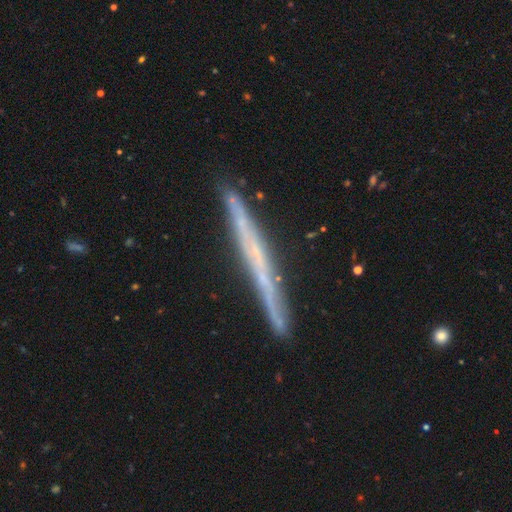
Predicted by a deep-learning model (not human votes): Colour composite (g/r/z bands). It shows a featured or disk galaxy (71%) viewed edge-on (97%) with no central bulge (84%). Merging: none (87%).